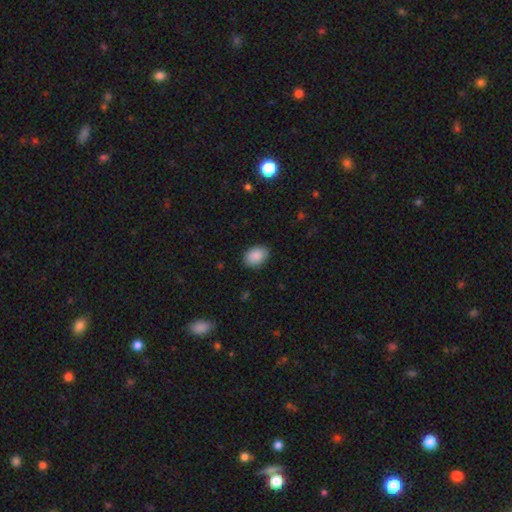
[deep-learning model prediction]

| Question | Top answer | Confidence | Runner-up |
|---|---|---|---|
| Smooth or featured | smooth | 89% | star or artifact (7%) |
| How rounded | in between | 79% | round (20%) |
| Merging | none | 85% | minor disturbance (12%) |